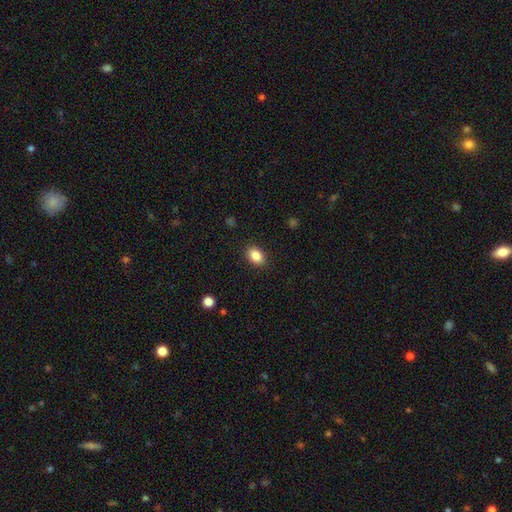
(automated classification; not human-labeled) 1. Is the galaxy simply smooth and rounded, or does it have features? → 87% smooth, 8% star or artifact, 5% featured or disk.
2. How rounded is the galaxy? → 82% in between, 17% round, 1% cigar-shaped.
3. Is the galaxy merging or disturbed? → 89% none, 8% minor disturbance, 2% major disturbance, 1% merger.